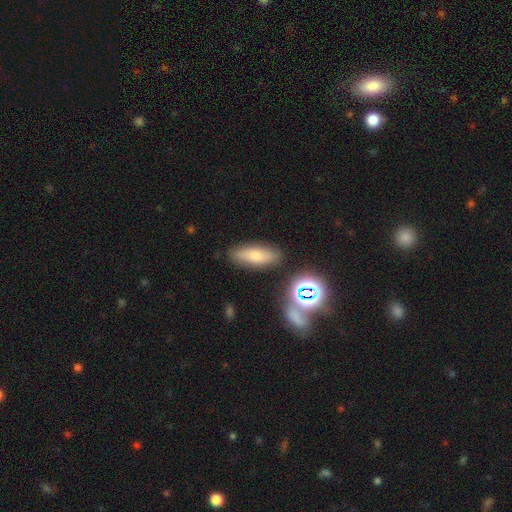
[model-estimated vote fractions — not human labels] A smooth galaxy with no disk features (70%) that is in between round and cigar-shaped (66%).

Vote fractions:
- Smooth or featured? smooth: 70% / featured or disk: 17% / star or artifact: 13%
- How rounded? in between: 66% / cigar-shaped: 29% / round: 5%
- Merging? none: 82% / minor disturbance: 11% / merger: 4% / major disturbance: 3%